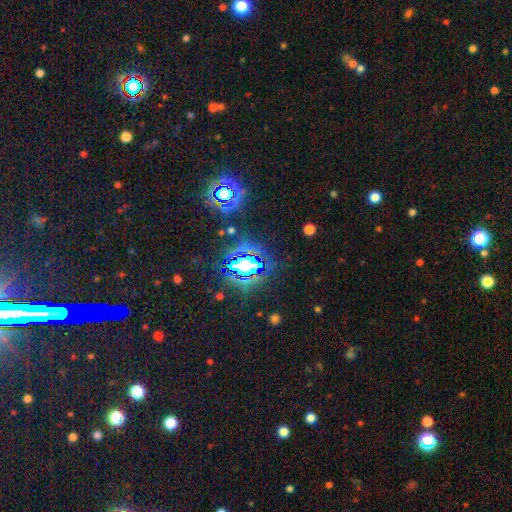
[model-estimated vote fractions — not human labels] smooth-or-featured: star or artifact: 82% | smooth: 11% | featured or disk: 7%